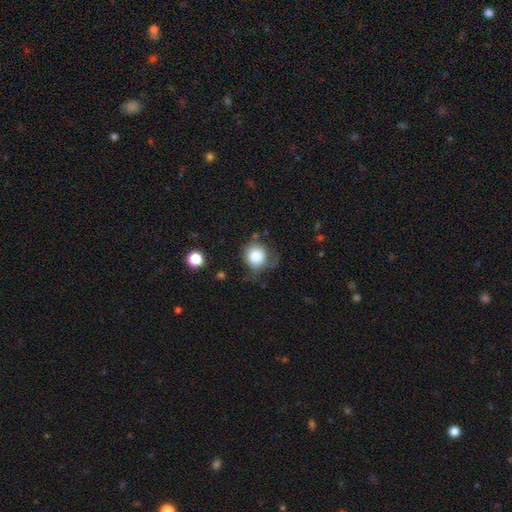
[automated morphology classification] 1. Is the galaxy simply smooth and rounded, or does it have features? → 81% smooth, 10% star or artifact, 9% featured or disk.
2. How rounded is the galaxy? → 82% round, 17% in between, 1% cigar-shaped.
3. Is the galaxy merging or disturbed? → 54% none, 30% minor disturbance, 13% major disturbance, 4% merger.